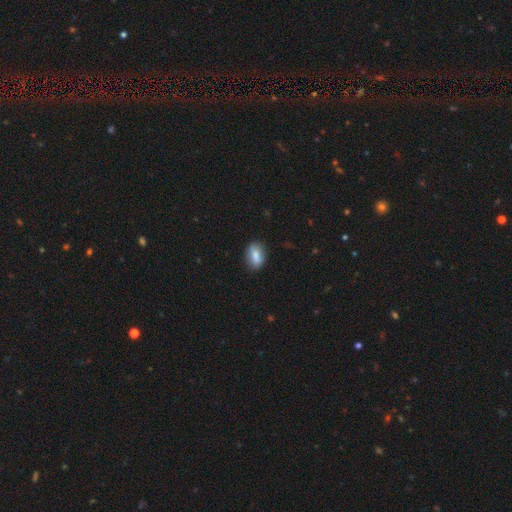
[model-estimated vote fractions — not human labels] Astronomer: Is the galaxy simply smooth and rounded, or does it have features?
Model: smooth — 79%.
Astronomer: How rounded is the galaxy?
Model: in between — 85%.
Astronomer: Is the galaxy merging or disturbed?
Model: none — 82%.